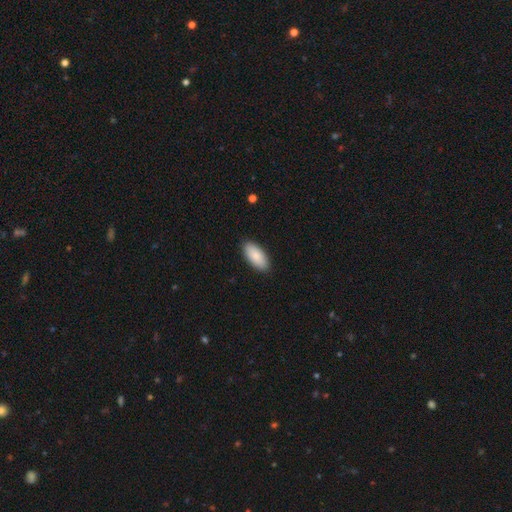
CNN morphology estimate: Q: Smooth or featured?
A: smooth (87%); runner-up: featured or disk (7%)
Q: How rounded?
A: in between (92%); runner-up: cigar-shaped (7%)
Q: Merging?
A: none (89%); runner-up: minor disturbance (8%)